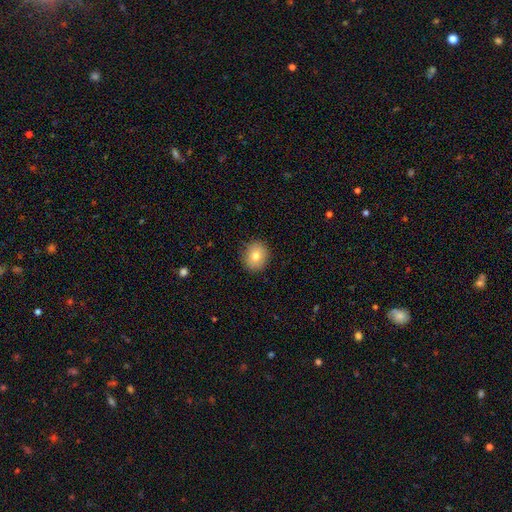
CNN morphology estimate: Smooth or featured? smooth (79%)
How rounded? round (76%)
Merging? none (89%)